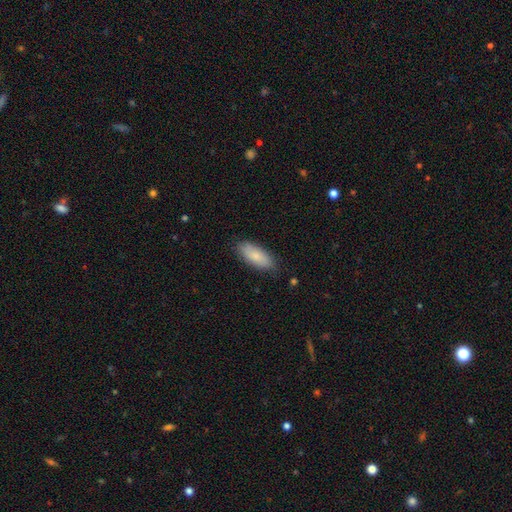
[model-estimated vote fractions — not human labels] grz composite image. It shows a smooth galaxy with no disk features (81%) that is in between round and cigar-shaped (77%). Merging: none (83%).